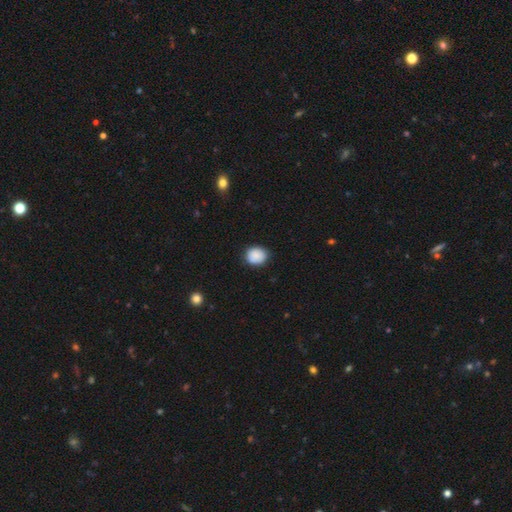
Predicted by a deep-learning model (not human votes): This is clearly a smooth galaxy (89%). How rounded: likely round (65%). Merging: clearly none (84%).